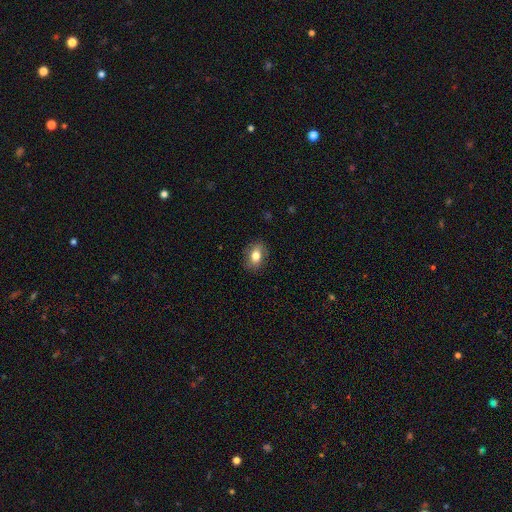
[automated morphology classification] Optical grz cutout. It shows a smooth galaxy with no disk features (75%) that is in between round and cigar-shaped (72%). Merging: none (83%).